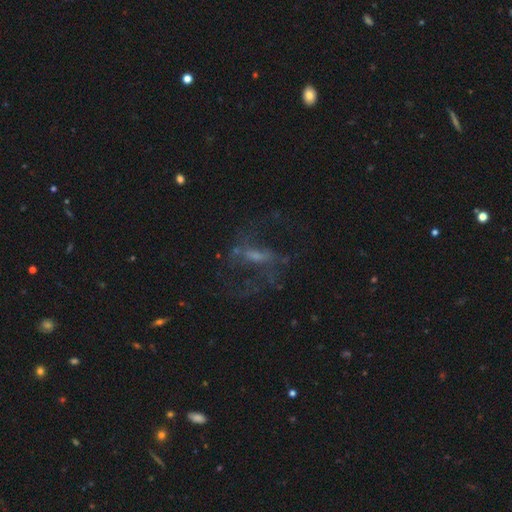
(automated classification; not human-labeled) featured or disk 64%, smooth 18%, star or artifact 17%. Down the decision tree: edge-on disk — no (92%); bar — weak (43%); spiral arms — yes (57%); bulge size — small (48%); merging — none (51%).